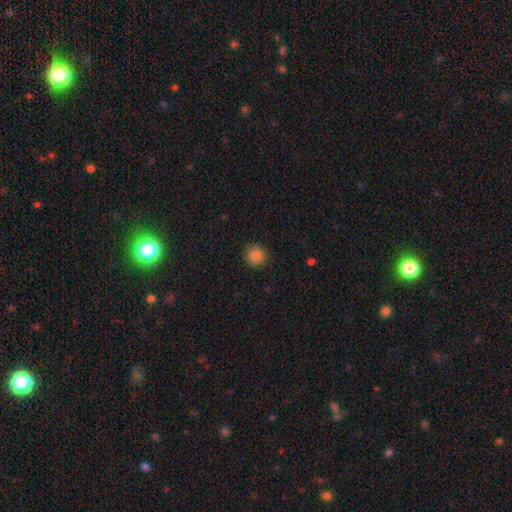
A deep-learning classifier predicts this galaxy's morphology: This appears to be a smooth galaxy with no disk features (84%) that is round (91%). Merging: none (91%).